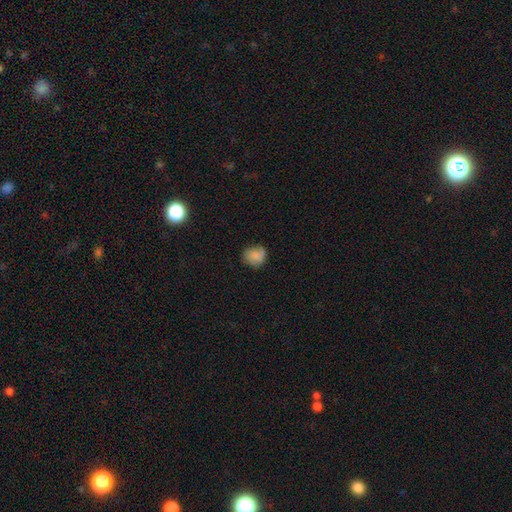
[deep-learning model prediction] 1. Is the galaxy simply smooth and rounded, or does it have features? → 75% smooth, 15% featured or disk, 10% star or artifact.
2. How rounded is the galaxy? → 74% round, 25% in between, 1% cigar-shaped.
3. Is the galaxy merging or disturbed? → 67% none, 24% minor disturbance, 7% major disturbance, 1% merger.